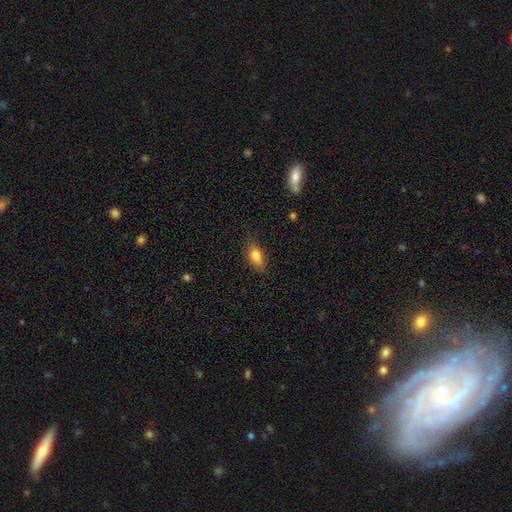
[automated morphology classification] type=smooth (77%); roundness=in between (79%); merging=none (83%).